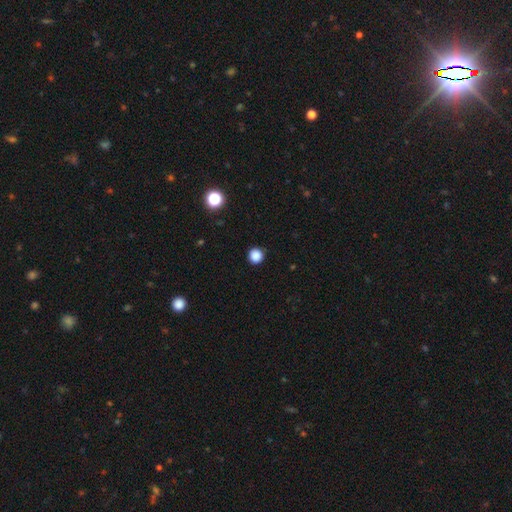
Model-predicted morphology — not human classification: smooth_or_featured: smooth (p=0.86) [alt: star or artifact p=0.12]
how_rounded: round (p=0.95) [alt: in between p=0.04]
merging: none (p=0.92) [alt: minor disturbance p=0.05]